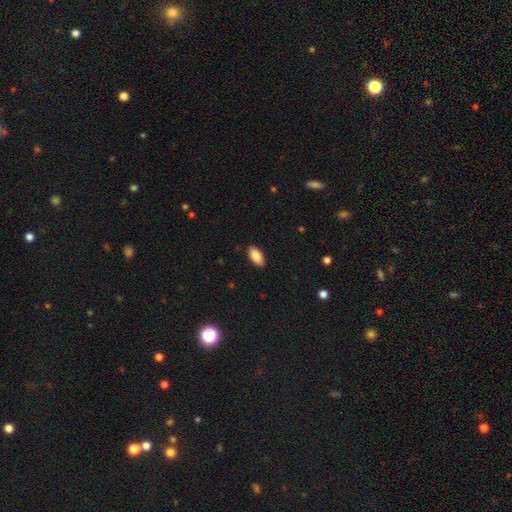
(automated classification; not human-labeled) Morphology: type=smooth (85%); roundness=in between (92%); merging=none (89%).